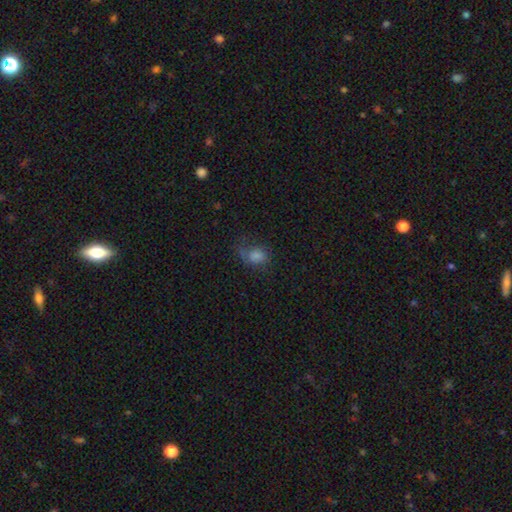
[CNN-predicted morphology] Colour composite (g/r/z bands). It shows a smooth galaxy with no disk features (66%) that is in between round and cigar-shaped (49%, tied with round). Merging: none (44%).